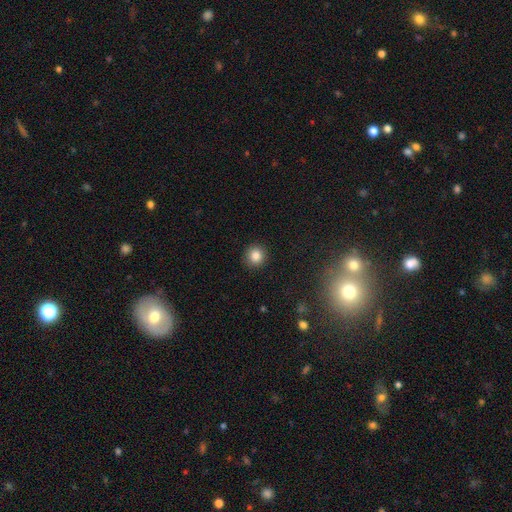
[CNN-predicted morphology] A smooth galaxy with no disk features (85%) that is round (92%). Merging: none (91%).